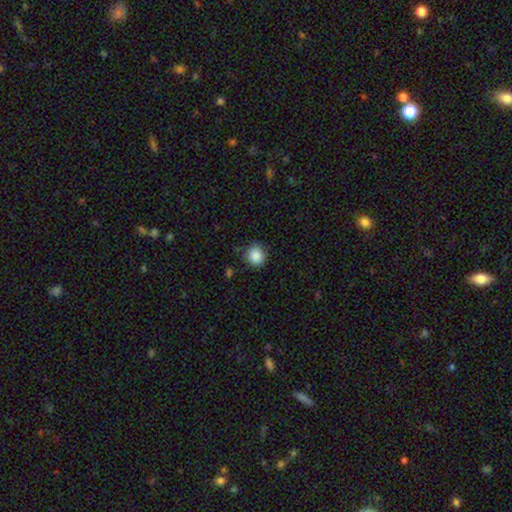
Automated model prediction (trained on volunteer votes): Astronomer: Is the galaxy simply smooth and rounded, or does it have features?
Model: smooth — 88%.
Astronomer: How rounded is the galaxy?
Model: round — 86%.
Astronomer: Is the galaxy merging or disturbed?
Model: none — 81%.